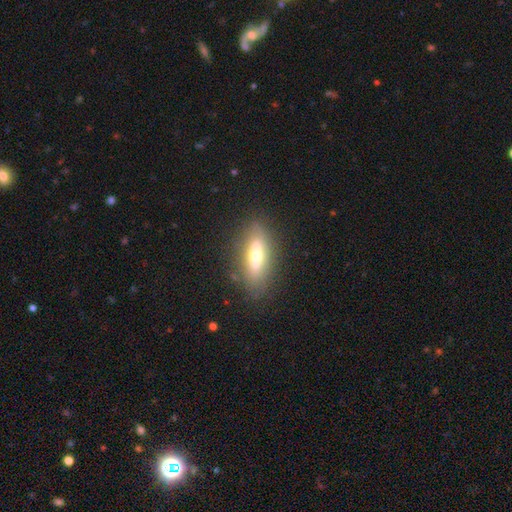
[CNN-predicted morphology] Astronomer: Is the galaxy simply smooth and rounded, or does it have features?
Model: smooth — 52% (runner-up: featured or disk, 40%).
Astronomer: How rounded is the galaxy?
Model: in between — 54% (runner-up: cigar-shaped, 44%).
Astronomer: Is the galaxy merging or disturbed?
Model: none — 83%.